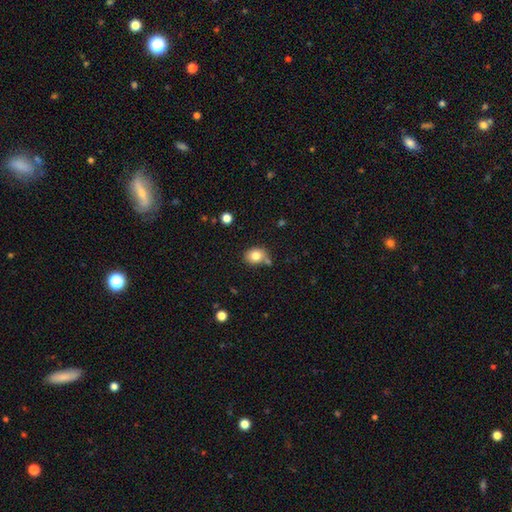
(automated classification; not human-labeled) A smooth galaxy with no disk features (79%) that is round (57%).

Vote fractions:
- Smooth or featured? smooth: 79% / star or artifact: 11% / featured or disk: 10%
- How rounded? round: 57% / in between: 42% / cigar-shaped: 1%
- Merging? none: 63% / minor disturbance: 18% / merger: 14% / major disturbance: 5%